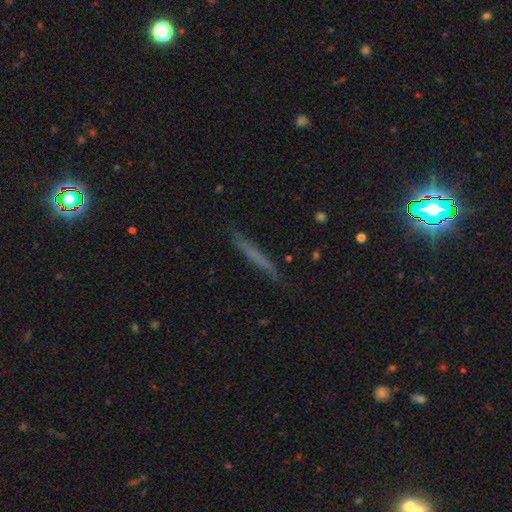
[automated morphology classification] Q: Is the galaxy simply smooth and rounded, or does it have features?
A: smooth — 50%.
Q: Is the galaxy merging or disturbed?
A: none — 85%.